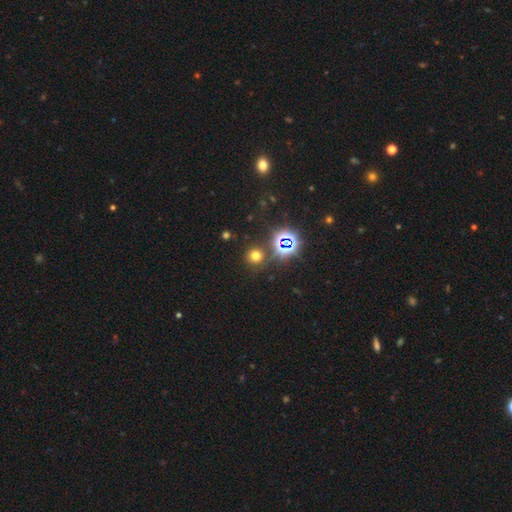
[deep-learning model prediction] A smooth galaxy with no disk features (63%) that is round (92%).

Vote fractions:
- Smooth or featured? smooth: 63% / star or artifact: 30% / featured or disk: 7%
- How rounded? round: 92% / in between: 7% / cigar-shaped: 1%
- Merging? none: 84% / minor disturbance: 7% / merger: 5% / major disturbance: 3%